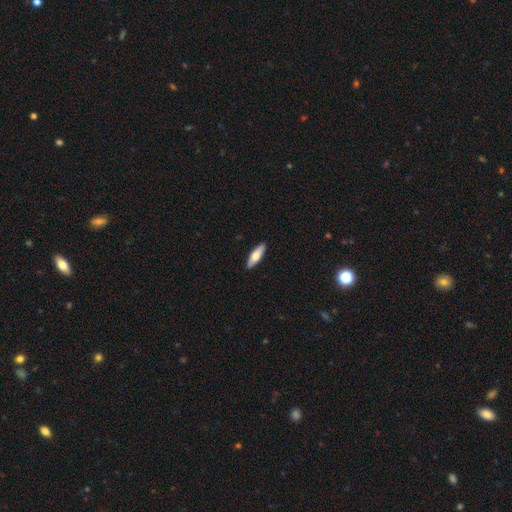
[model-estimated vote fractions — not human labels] Smooth or featured?
  - smooth: 67% *
  - featured or disk: 28%
  - star or artifact: 5%
How rounded?
  - cigar-shaped: 53% *
  - in between: 45%
  - round: 2%
Merging?
  - none: 90% *
  - minor disturbance: 8%
  - major disturbance: 1%
  - merger: 1%